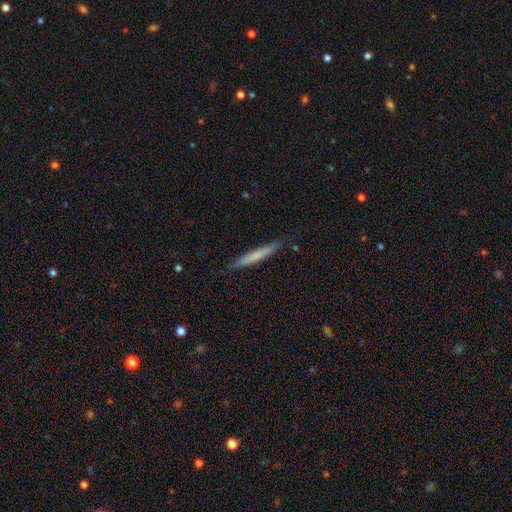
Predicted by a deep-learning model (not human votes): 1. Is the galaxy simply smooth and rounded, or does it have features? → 66% smooth, 29% featured or disk, 6% star or artifact.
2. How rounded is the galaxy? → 96% cigar-shaped, 3% in between, 1% round.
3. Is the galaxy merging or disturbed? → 86% none, 11% minor disturbance, 2% major disturbance, 1% merger.